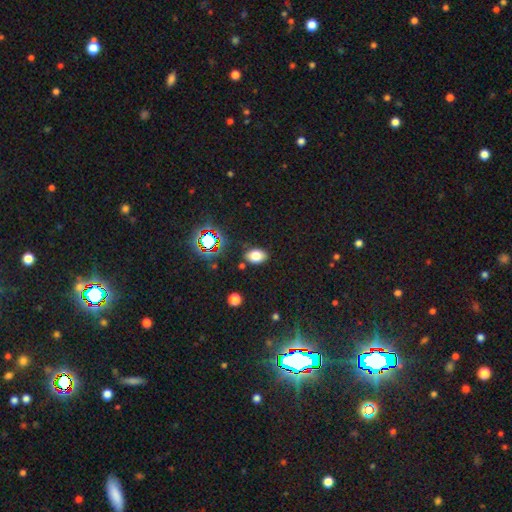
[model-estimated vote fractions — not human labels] This is likely a smooth galaxy (75%). How rounded: clearly in between (82%). Merging: clearly none (80%).